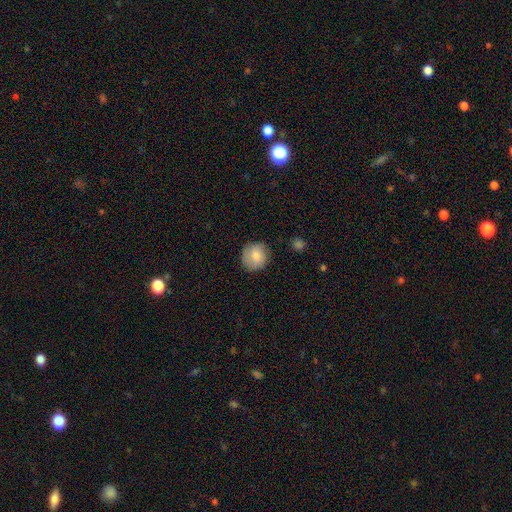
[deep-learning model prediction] A smooth galaxy with no disk features (79%) that is round (90%). Merging: none (81%).